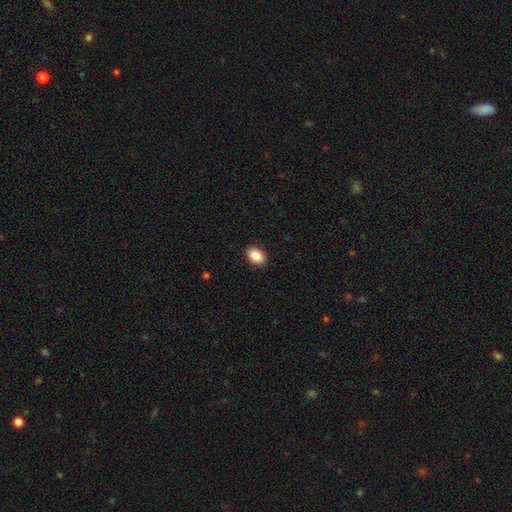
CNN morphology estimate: Smooth or featured: smooth — 89% (star or artifact — 8%)
How rounded: in between — 82% (round — 17%)
Merging: none — 90% (minor disturbance — 7%)